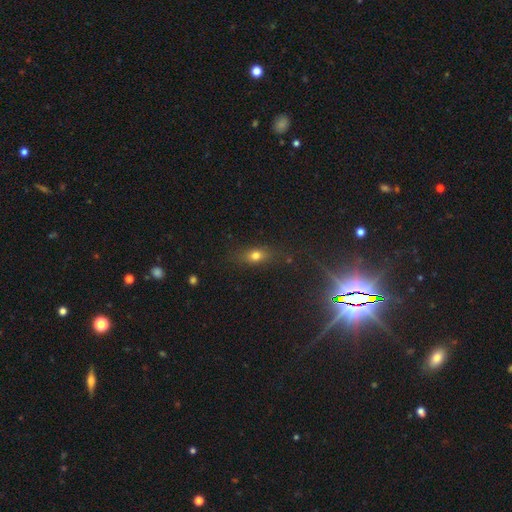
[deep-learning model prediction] Overall: smooth (69%). How rounded: in between (61%; round 22%). Merging: none (77%).